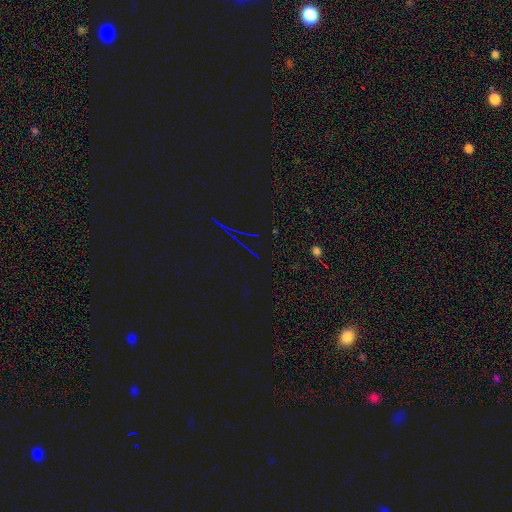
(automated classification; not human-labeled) star or artifact 81%, smooth 11%, featured or disk 9%.